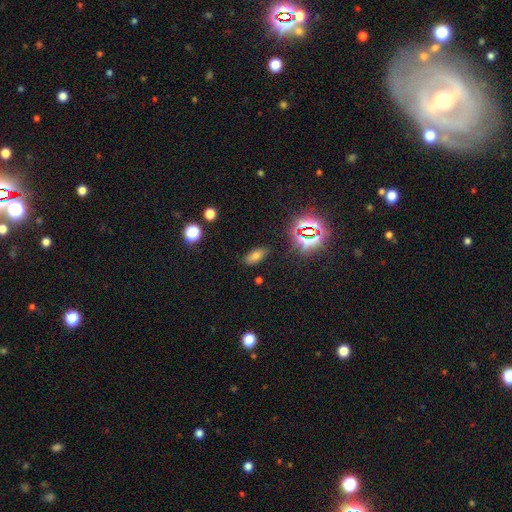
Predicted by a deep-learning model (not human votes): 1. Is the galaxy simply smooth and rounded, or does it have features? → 65% smooth, 24% star or artifact, 11% featured or disk.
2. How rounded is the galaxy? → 85% in between, 9% cigar-shaped, 6% round.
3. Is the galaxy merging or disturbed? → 85% none, 10% minor disturbance, 3% major disturbance, 2% merger.